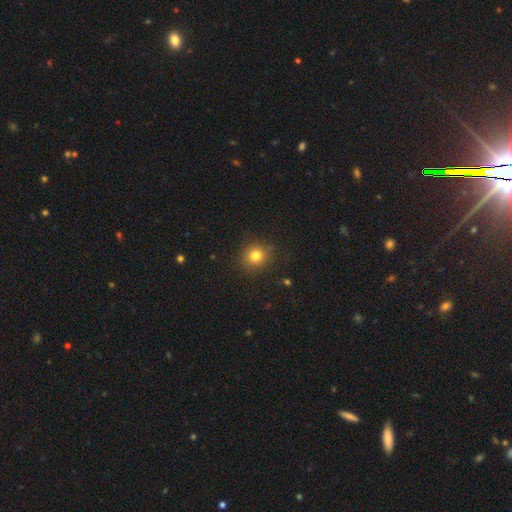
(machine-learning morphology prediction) smooth_or_featured: smooth (p=0.79) [alt: star or artifact p=0.14]
how_rounded: round (p=0.88) [alt: in between p=0.11]
merging: none (p=0.88) [alt: minor disturbance p=0.08]